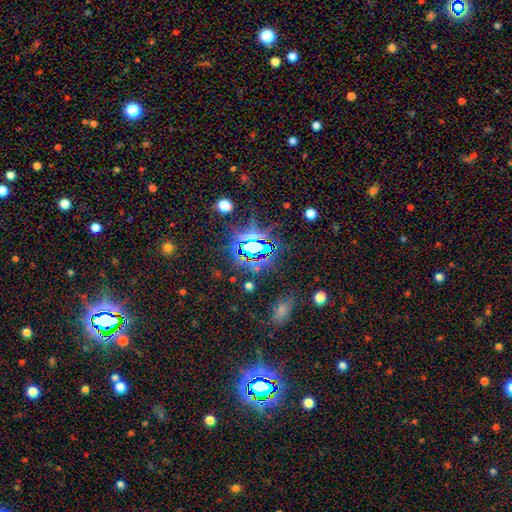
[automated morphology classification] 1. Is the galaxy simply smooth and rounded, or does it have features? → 79% star or artifact, 12% smooth, 8% featured or disk.